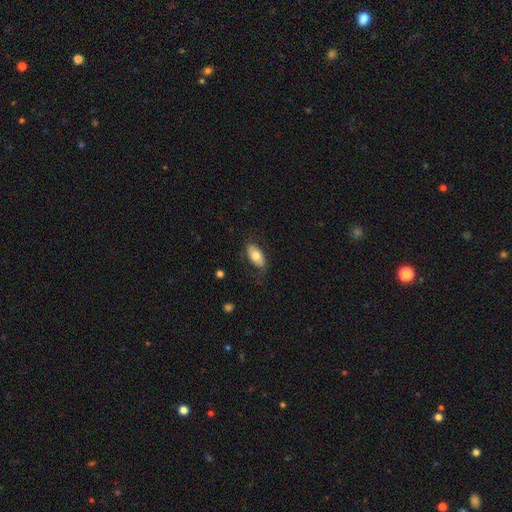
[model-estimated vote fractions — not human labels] A smooth galaxy with no disk features (68%) that is in between round and cigar-shaped (93%). Merging: none (73%).